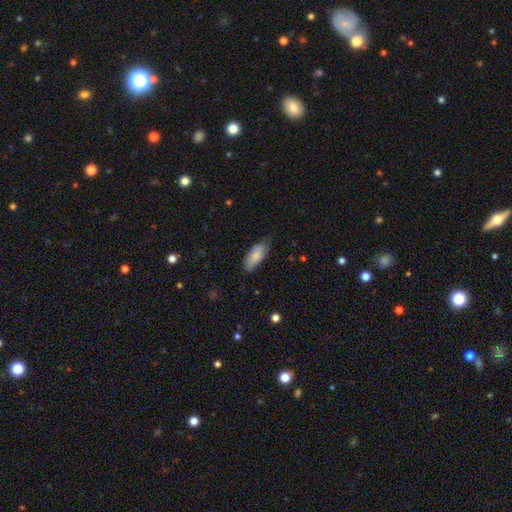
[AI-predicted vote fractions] smooth-or-featured: smooth: 76% | featured or disk: 19% | star or artifact: 6%
  how-rounded: in between: 82% | cigar-shaped: 16% | round: 2%
  merging: none: 71% | minor disturbance: 24% | major disturbance: 4% | merger: 1%